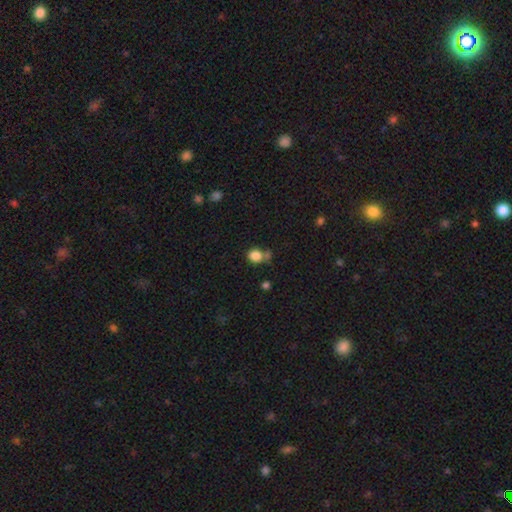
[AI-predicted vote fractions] smooth_or_featured: smooth (p=0.84) [alt: star or artifact p=0.11]
how_rounded: round (p=0.67) [alt: in between p=0.32]
merging: none (p=0.56) [alt: merger p=0.20]